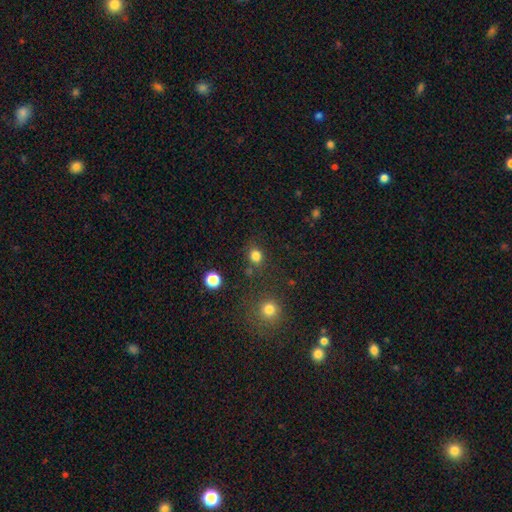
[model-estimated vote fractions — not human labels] This is clearly a smooth galaxy (81%). How rounded: likely round (74%). Merging: likely none (78%).